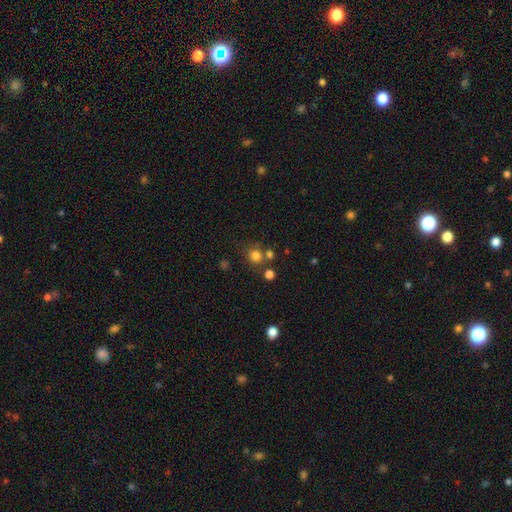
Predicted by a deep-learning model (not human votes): This appears to be a smooth galaxy with no disk features (77%) that is round (86%). Merging: none (67%).